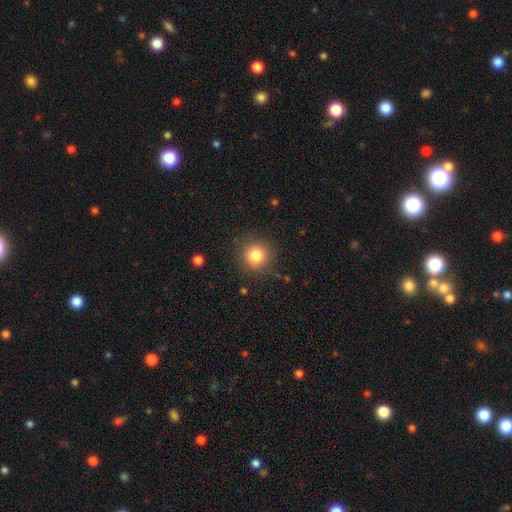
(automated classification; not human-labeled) This is clearly a smooth galaxy (82%). How rounded: clearly round (93%). Merging: clearly none (87%).